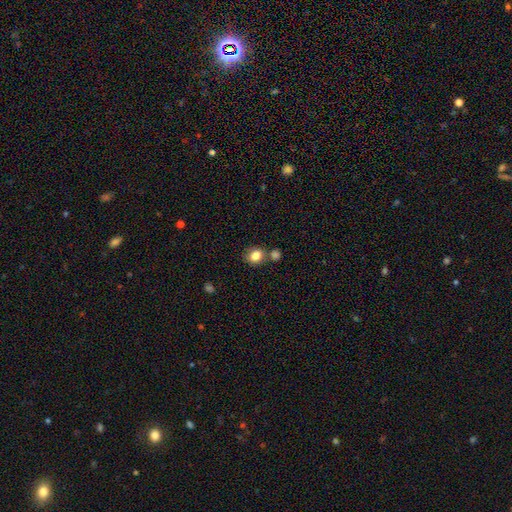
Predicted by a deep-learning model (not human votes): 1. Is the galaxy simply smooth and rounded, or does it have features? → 83% smooth, 9% star or artifact, 7% featured or disk.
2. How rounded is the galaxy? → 61% round, 38% in between, 1% cigar-shaped.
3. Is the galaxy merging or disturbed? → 62% none, 20% merger, 14% minor disturbance, 4% major disturbance.